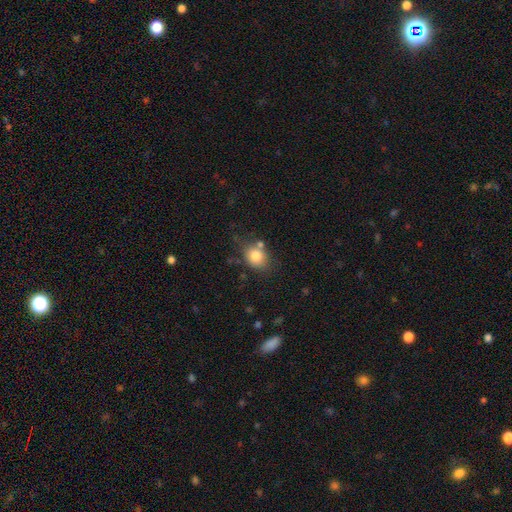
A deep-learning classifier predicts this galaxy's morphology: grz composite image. It shows a smooth galaxy with no disk features (79%) that is round (51%). Merging: none (63%).